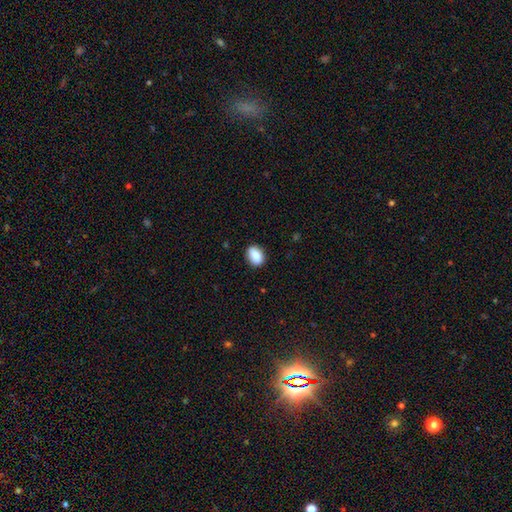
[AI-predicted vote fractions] Smooth or featured? Predicted: smooth (p=0.85). How rounded? Predicted: in between (p=0.72). Merging? Predicted: none (p=0.86).